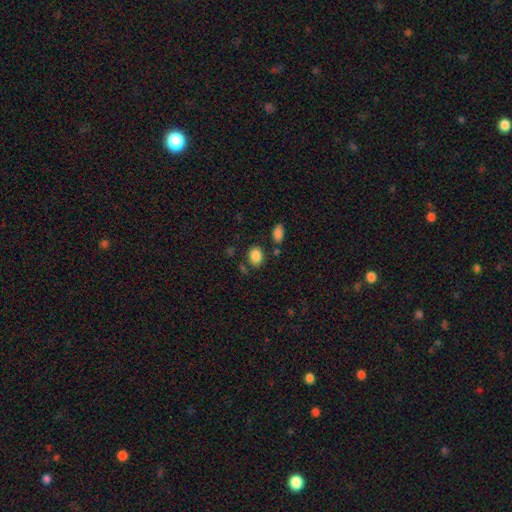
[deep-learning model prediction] smooth_or_featured: smooth (p=0.86) [alt: star or artifact p=0.09]
how_rounded: in between (p=0.64) [alt: round p=0.35]
merging: none (p=0.77) [alt: minor disturbance p=0.12]